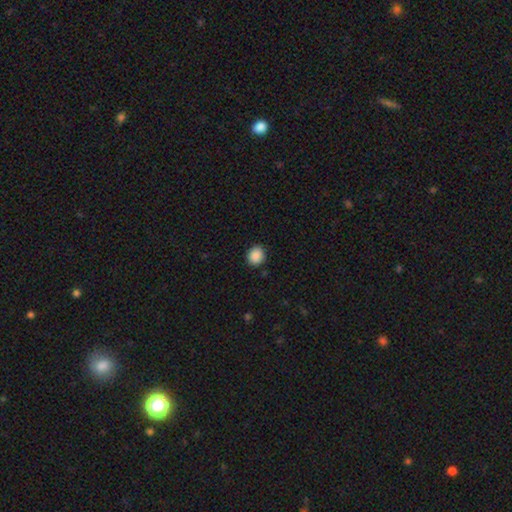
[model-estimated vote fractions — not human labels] smooth-or-featured: smooth: 88% | star or artifact: 9% | featured or disk: 3%
  how-rounded: round: 75% | in between: 24% | cigar-shaped: 1%
  merging: none: 89% | minor disturbance: 8% | major disturbance: 2% | merger: 1%